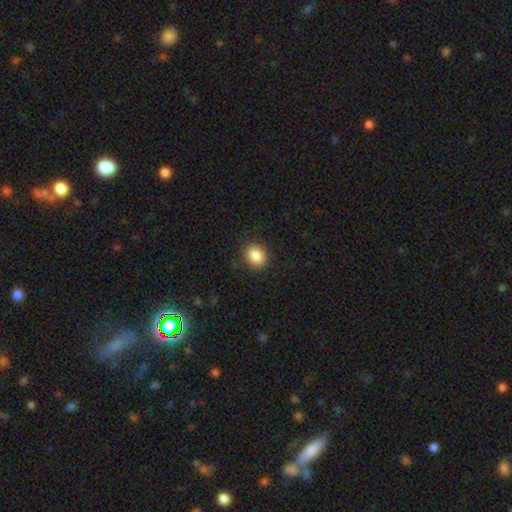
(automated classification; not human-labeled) Overall: smooth (87%). How rounded: round (71%). Merging: none (89%).